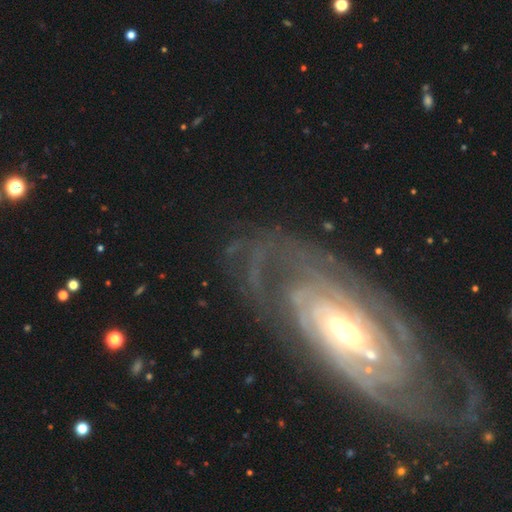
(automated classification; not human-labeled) A featured or disk galaxy (87%) with no bar (54%), tight (77%) spiral arms (94%) and a small central bulge (48%). Merging: none (76%).